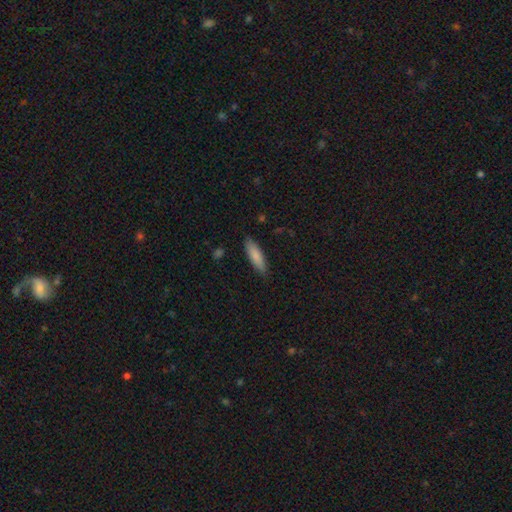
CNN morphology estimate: A smooth galaxy with no disk features (84%) that is cigar-shaped (52%).

Vote fractions:
- Smooth or featured? smooth: 84% / featured or disk: 10% / star or artifact: 6%
- How rounded? cigar-shaped: 52% / in between: 46% / round: 2%
- Merging? none: 86% / minor disturbance: 10% / major disturbance: 2% / merger: 1%